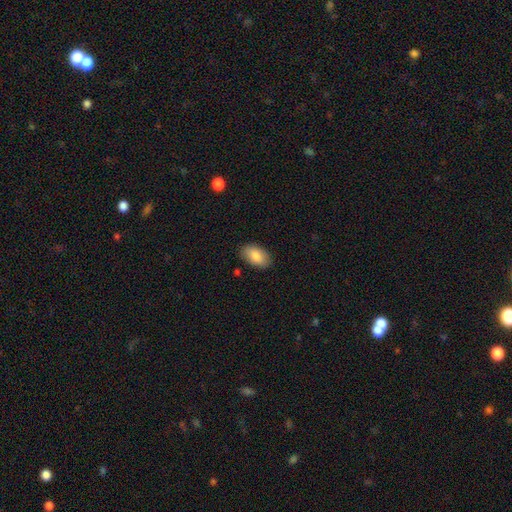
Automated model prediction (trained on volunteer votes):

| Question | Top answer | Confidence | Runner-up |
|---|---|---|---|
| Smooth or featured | smooth | 85% | featured or disk (9%) |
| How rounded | in between | 93% | round (5%) |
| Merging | none | 87% | minor disturbance (10%) |